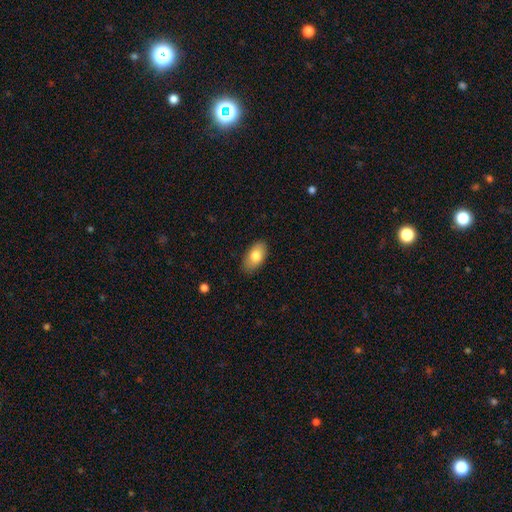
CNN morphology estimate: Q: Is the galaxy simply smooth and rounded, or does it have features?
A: smooth — 79%.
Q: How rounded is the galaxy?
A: in between — 93%.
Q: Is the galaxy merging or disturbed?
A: none — 86%.